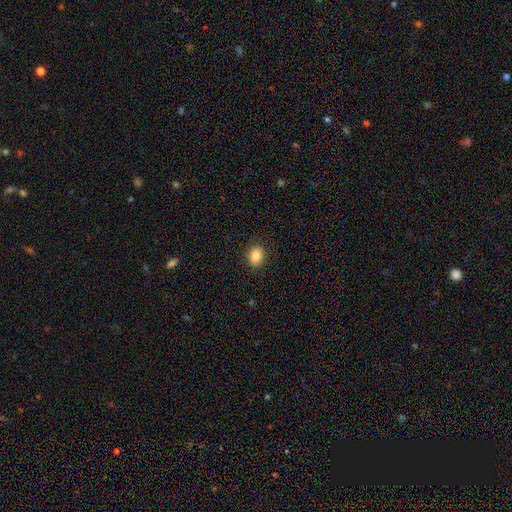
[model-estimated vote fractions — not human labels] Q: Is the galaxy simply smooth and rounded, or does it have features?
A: smooth — 85%.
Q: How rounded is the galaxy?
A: in between — 54%.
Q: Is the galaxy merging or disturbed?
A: none — 89%.